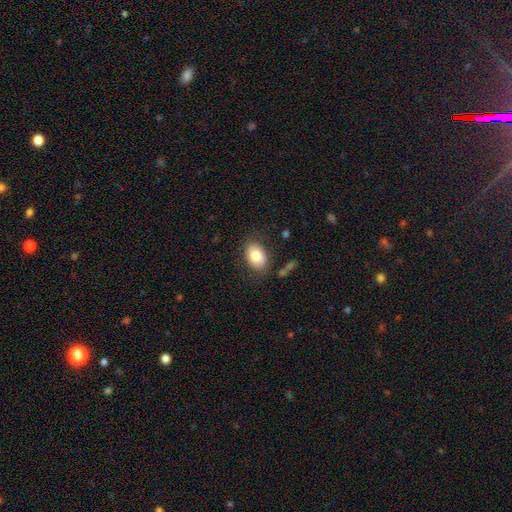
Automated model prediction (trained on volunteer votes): A smooth galaxy with no disk features (78%) that is in between round and cigar-shaped (79%). Merging: none (77%).